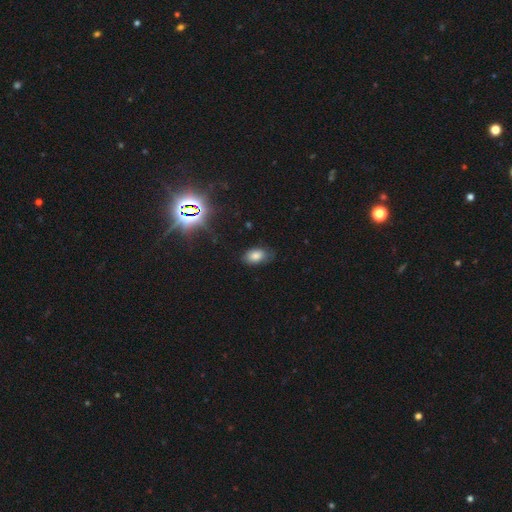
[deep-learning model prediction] This is likely a smooth galaxy (77%). How rounded: clearly in between (90%). Merging: likely none (71%).